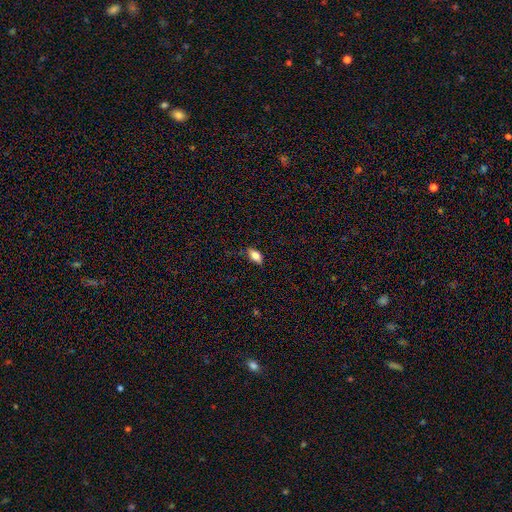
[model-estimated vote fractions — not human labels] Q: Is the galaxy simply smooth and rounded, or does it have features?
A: smooth — 79%.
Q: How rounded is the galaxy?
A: in between — 88%.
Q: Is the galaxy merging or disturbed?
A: none — 78%.